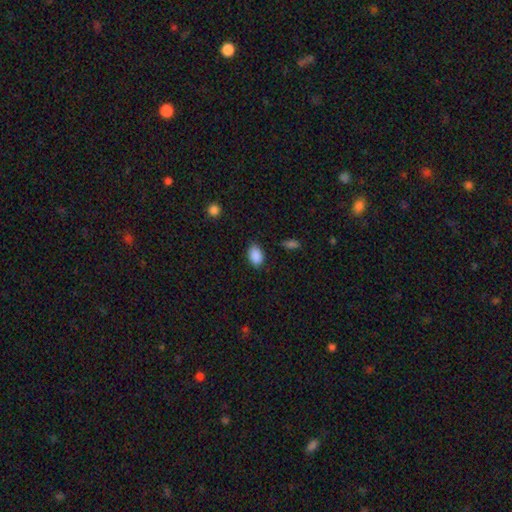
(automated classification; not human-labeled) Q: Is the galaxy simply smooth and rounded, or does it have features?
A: smooth — 89%.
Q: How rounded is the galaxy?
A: in between — 85%.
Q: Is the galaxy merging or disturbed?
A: none — 82%.